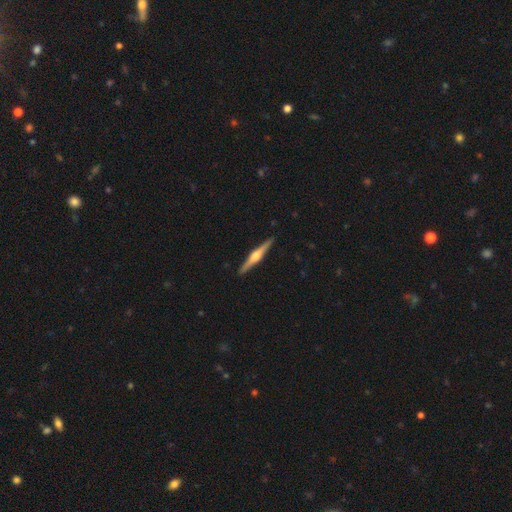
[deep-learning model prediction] Q: Smooth or featured?
A: featured or disk (77%); runner-up: smooth (18%)
Q: Edge-on disk?
A: yes (98%); runner-up: no (2%)
Q: Edge-on bulge?
A: rounded (92%); runner-up: boxy (5%)
Q: Merging?
A: none (92%); runner-up: minor disturbance (6%)